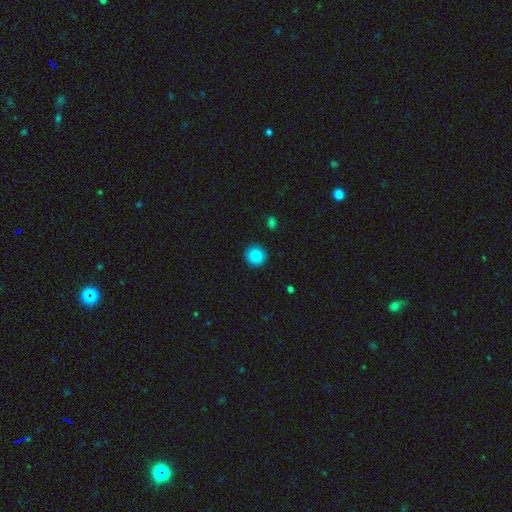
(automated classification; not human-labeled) smooth_or_featured: smooth (p=0.88) [alt: star or artifact p=0.09]
how_rounded: round (p=0.93) [alt: in between p=0.06]
merging: none (p=0.91) [alt: minor disturbance p=0.06]